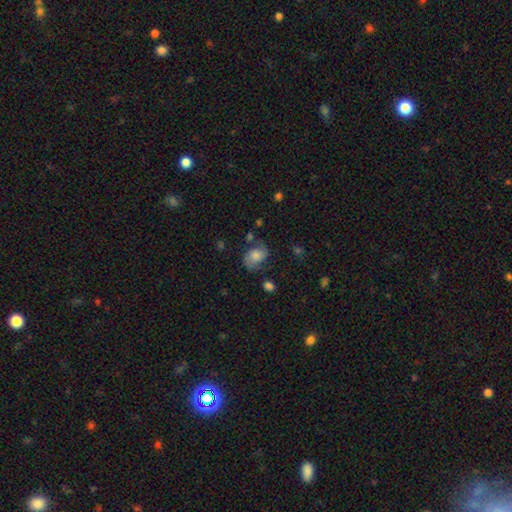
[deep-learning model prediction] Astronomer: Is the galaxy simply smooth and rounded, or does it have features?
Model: smooth — 54% (runner-up: featured or disk, 36%).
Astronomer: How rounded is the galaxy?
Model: in between — 71%.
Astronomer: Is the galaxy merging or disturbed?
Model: none — 58%.